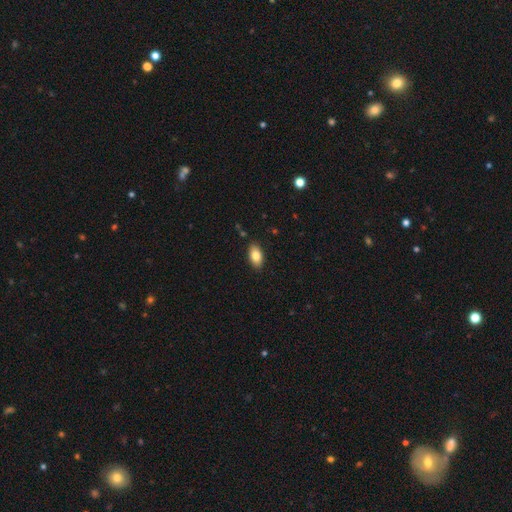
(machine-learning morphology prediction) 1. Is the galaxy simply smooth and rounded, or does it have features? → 83% smooth, 10% featured or disk, 7% star or artifact.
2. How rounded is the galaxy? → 92% in between, 4% round, 3% cigar-shaped.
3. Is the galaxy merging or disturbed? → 88% none, 9% minor disturbance, 2% major disturbance, 1% merger.